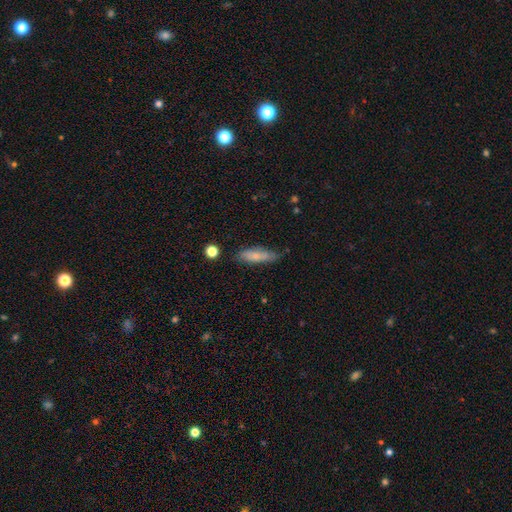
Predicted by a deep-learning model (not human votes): smooth-or-featured: smooth: 71% | featured or disk: 22% | star or artifact: 7%
  how-rounded: cigar-shaped: 51% | in between: 47% | round: 2%
  merging: none: 67% | minor disturbance: 25% | major disturbance: 5% | merger: 3%